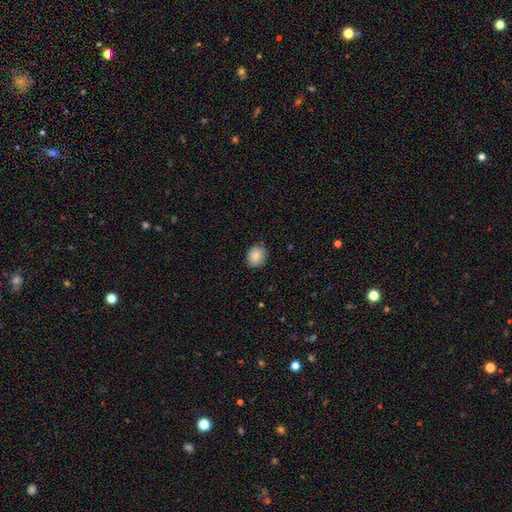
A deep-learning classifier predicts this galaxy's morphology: smooth 86%, star or artifact 8%, featured or disk 6%. Down the decision tree: how rounded — round (77%); merging — none (87%).